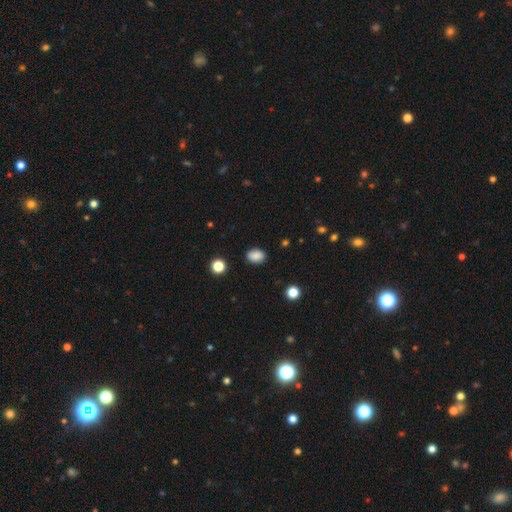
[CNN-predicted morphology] smooth_or_featured: smooth (p=0.87) [alt: star or artifact p=0.09]
how_rounded: in between (p=0.76) [alt: round p=0.23]
merging: none (p=0.87) [alt: minor disturbance p=0.10]